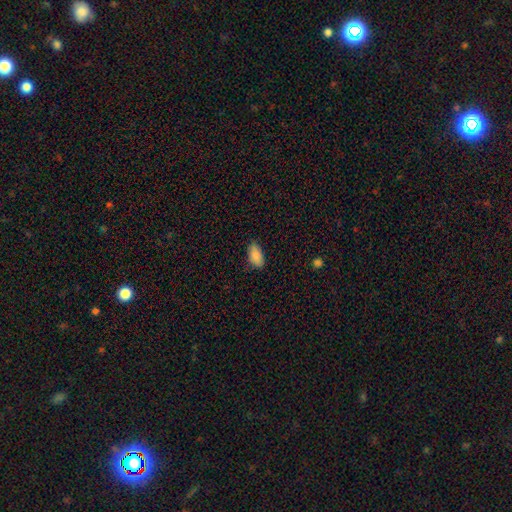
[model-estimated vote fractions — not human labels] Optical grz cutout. It shows a smooth galaxy with no disk features (88%) that is in between round and cigar-shaped (92%). Merging: none (81%).